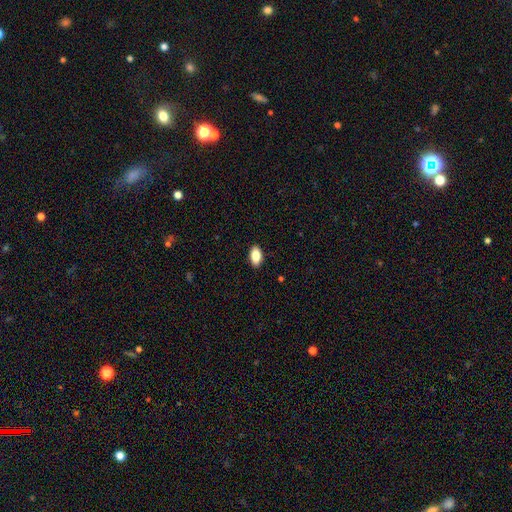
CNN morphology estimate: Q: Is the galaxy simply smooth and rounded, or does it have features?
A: smooth — 86%.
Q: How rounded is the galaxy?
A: in between — 92%.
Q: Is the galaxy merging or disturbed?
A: none — 90%.